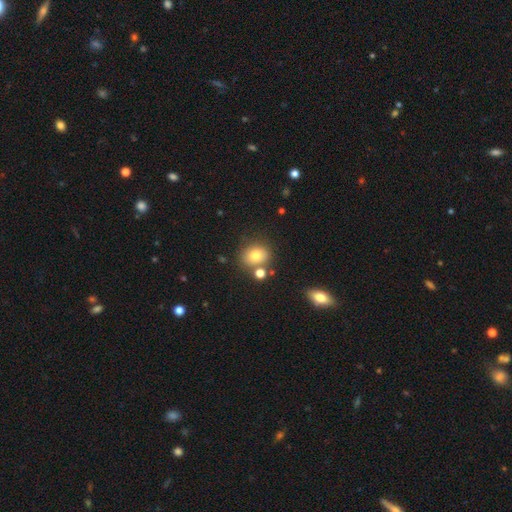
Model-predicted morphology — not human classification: This appears to be a smooth galaxy with no disk features (77%) that is round (57%). Merging: none (70%).